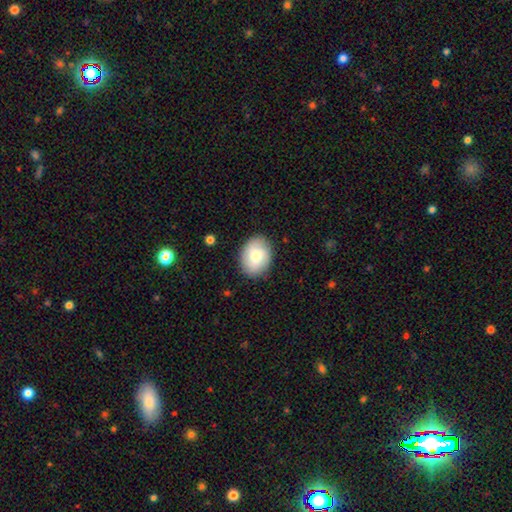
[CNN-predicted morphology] smooth-or-featured: smooth: 69% | featured or disk: 24% | star or artifact: 7%
  how-rounded: in between: 58% | round: 41% | cigar-shaped: 1%
  merging: none: 85% | minor disturbance: 11% | major disturbance: 3% | merger: 1%